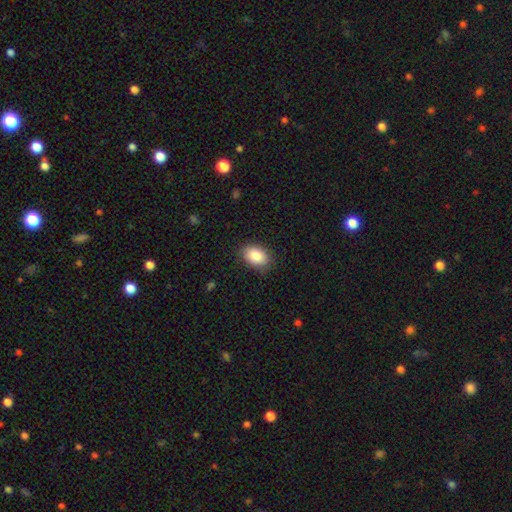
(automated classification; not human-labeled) A smooth galaxy with no disk features (87%) that is in between round and cigar-shaped (86%). Merging: none (84%).